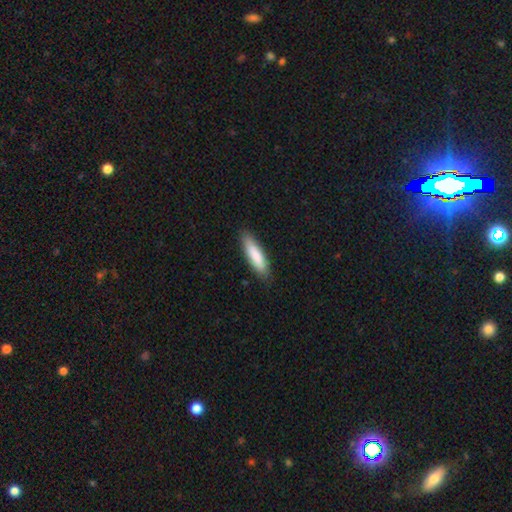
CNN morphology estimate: smooth_or_featured: smooth (p=0.83) [alt: featured or disk p=0.12]
how_rounded: cigar-shaped (p=0.69) [alt: in between p=0.29]
merging: none (p=0.85) [alt: minor disturbance p=0.11]